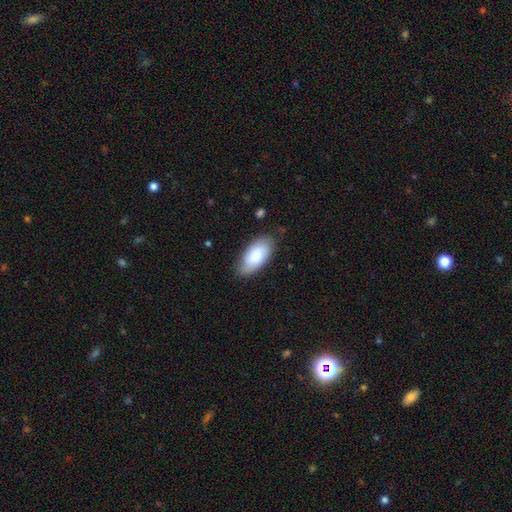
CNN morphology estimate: Overall: smooth (82%). How rounded: in between (93%). Merging: none (79%).